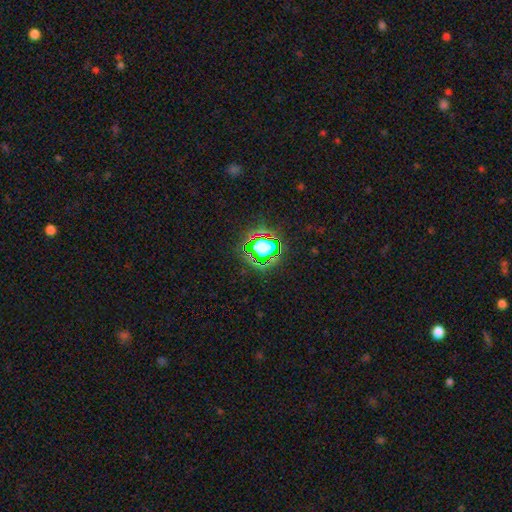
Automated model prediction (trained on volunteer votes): smooth_or_featured: star or artifact (p=0.81) [alt: smooth p=0.12]